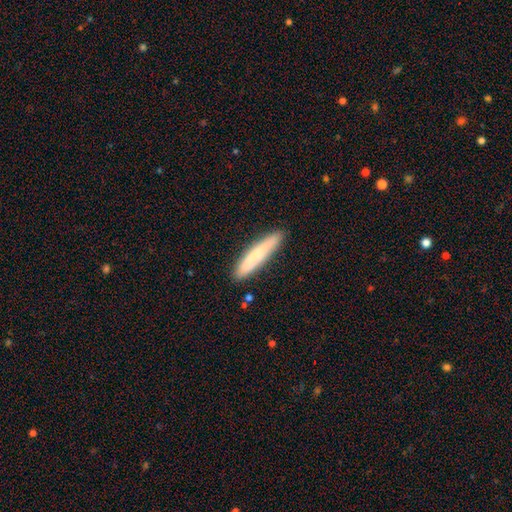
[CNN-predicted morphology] smooth 74%, featured or disk 20%, star or artifact 6%. Down the decision tree: how rounded — cigar-shaped (92%); merging — none (87%).